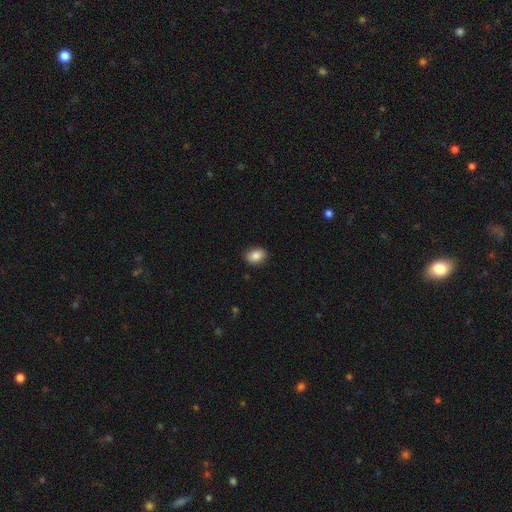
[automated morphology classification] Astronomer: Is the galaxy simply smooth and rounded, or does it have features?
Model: smooth — 86%.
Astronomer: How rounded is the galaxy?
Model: in between — 71%.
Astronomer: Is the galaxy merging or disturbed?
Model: none — 87%.